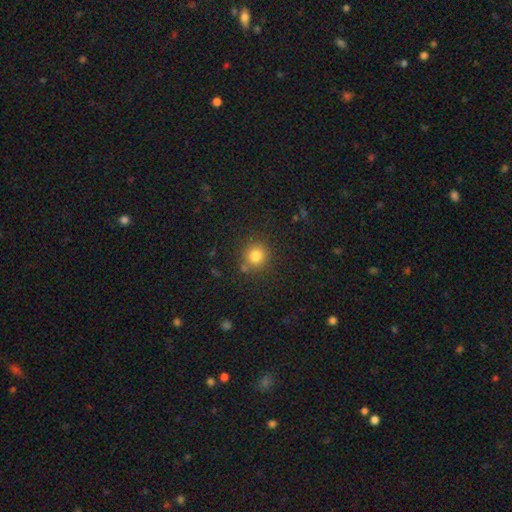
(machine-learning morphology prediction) smooth 81%, star or artifact 13%, featured or disk 6%. Down the decision tree: how rounded — round (90%); merging — none (82%).